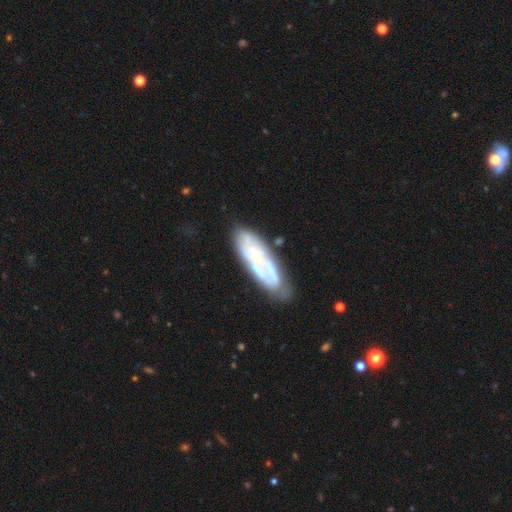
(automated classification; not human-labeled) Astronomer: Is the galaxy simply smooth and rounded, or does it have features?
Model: featured or disk — 64%.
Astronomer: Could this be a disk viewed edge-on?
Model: no — 82%.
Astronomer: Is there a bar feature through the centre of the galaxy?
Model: no — 67%.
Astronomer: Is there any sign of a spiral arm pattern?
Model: yes — 59% (runner-up: no, 41%).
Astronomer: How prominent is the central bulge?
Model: small — 52% (runner-up: none, 27%).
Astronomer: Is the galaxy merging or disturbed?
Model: none — 69%.